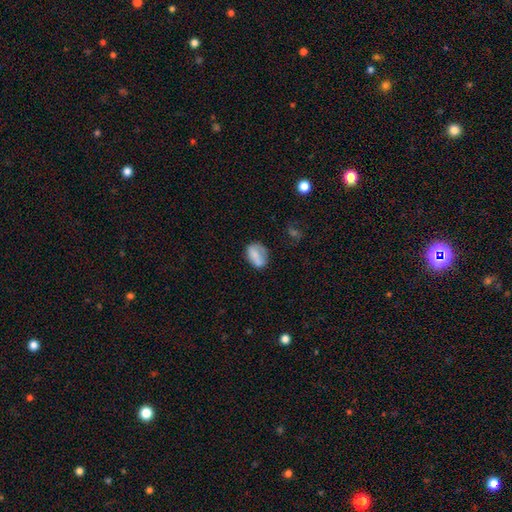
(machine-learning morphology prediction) This appears to be a smooth galaxy with no disk features (70%) that is in between round and cigar-shaped (75%). Merging: none (54%).